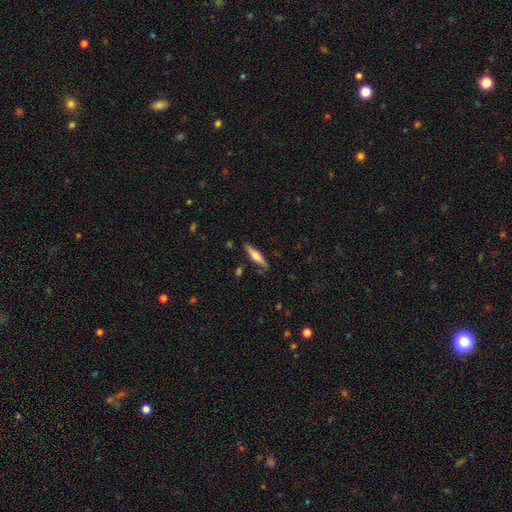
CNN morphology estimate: smooth-or-featured: smooth: 48% | featured or disk: 46% | star or artifact: 6%
  merging: none: 84% | minor disturbance: 11% | major disturbance: 2% | merger: 2%